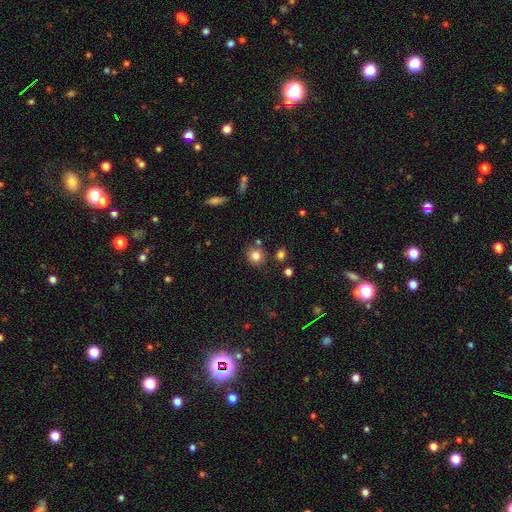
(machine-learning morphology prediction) smooth_or_featured: smooth (p=0.82) [alt: star or artifact p=0.12]
how_rounded: round (p=0.88) [alt: in between p=0.11]
merging: none (p=0.81) [alt: minor disturbance p=0.09]